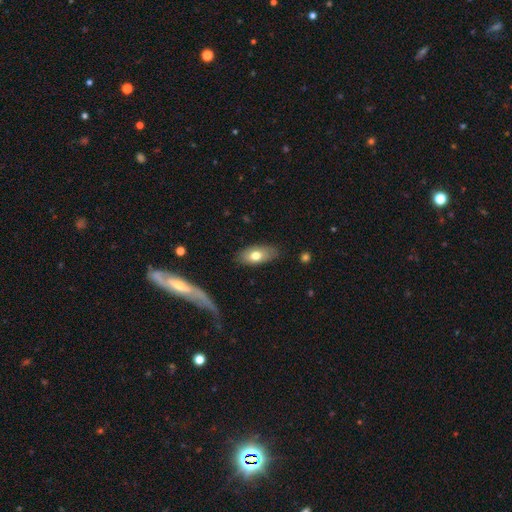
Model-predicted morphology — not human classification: Overall: smooth (69%). How rounded: in between (90%). Merging: none (80%).